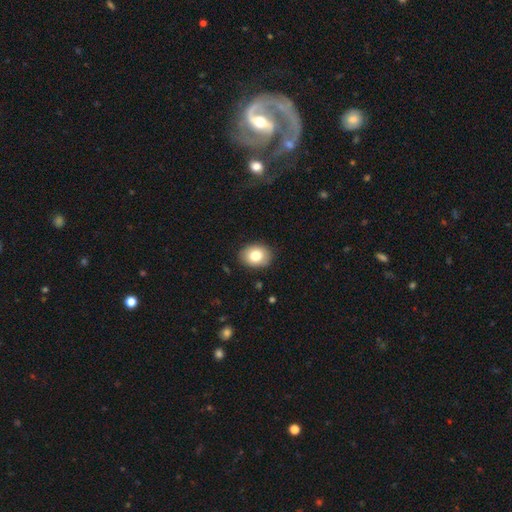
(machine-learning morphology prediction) Smooth or featured?
  - smooth: 81% *
  - featured or disk: 11%
  - star or artifact: 8%
How rounded?
  - in between: 55% *
  - round: 44%
  - cigar-shaped: 1%
Merging?
  - none: 88% *
  - minor disturbance: 9%
  - major disturbance: 2%
  - merger: 1%